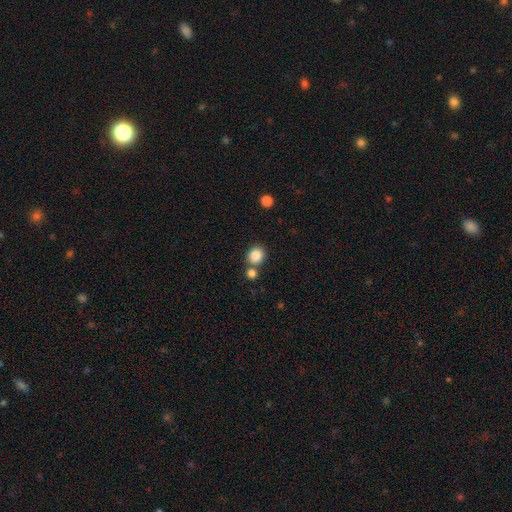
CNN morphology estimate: Smooth or featured? Predicted: smooth (p=0.85). How rounded? Predicted: round (p=0.81). Merging? Predicted: none (p=0.65).